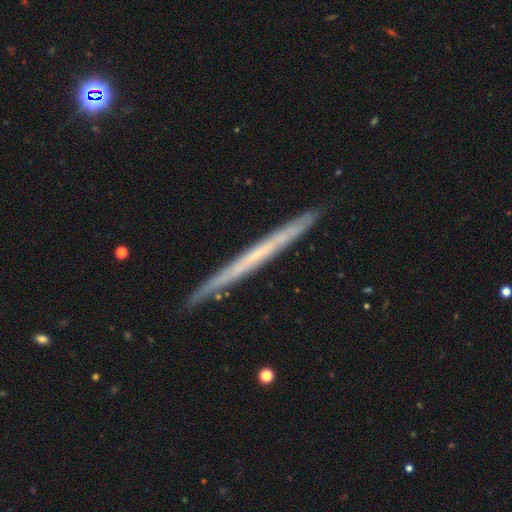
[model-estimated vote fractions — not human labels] A featured or disk galaxy (65%) viewed edge-on (95%) with no central bulge (88%). Merging: none (88%).